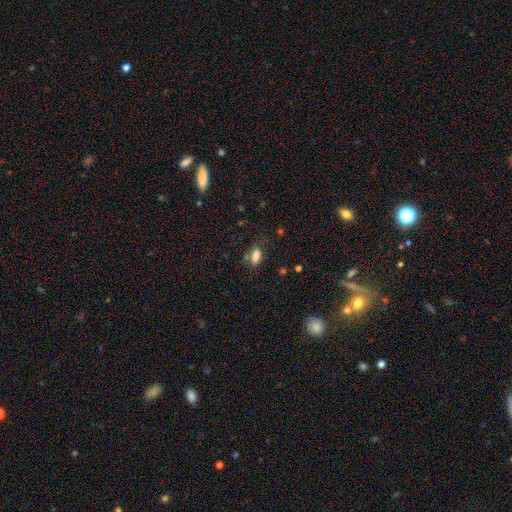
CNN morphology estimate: This appears to be a smooth galaxy with no disk features (82%) that is in between round and cigar-shaped (86%). Merging: none (67%).